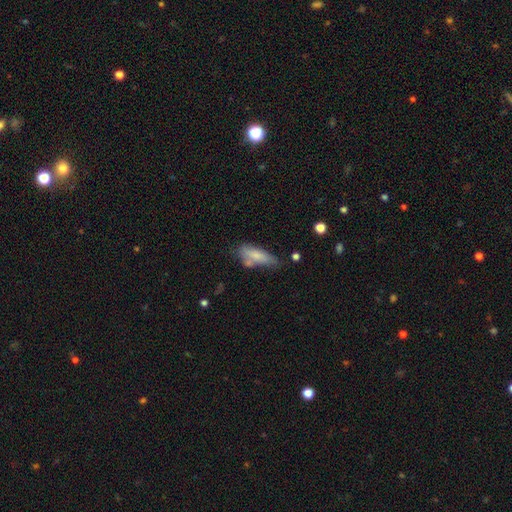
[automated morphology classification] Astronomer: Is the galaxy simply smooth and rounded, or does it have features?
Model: smooth — 73%.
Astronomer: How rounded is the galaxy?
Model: in between — 52% (runner-up: cigar-shaped, 46%).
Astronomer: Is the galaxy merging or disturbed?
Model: none — 47% (runner-up: minor disturbance, 29%).